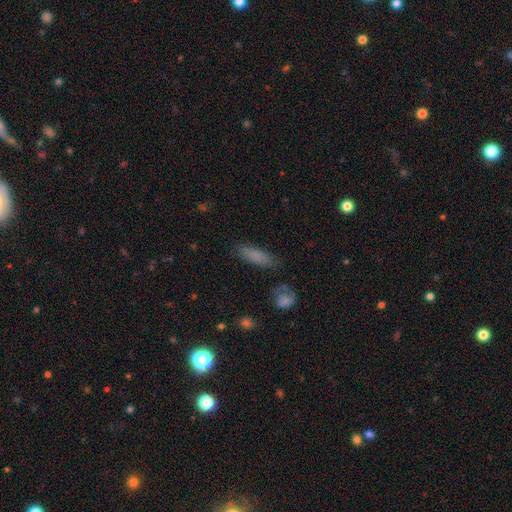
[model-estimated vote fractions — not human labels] smooth-or-featured: smooth: 80% | featured or disk: 10% | star or artifact: 10%
  how-rounded: cigar-shaped: 52% | in between: 45% | round: 3%
  merging: none: 79% | minor disturbance: 13% | major disturbance: 4% | merger: 3%